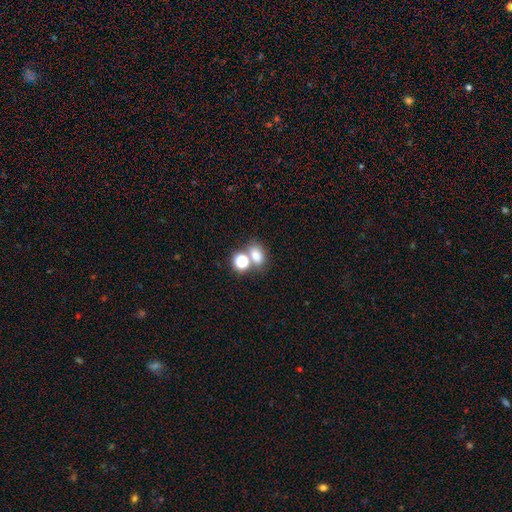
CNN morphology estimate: The model was most divided on "merging": none: 52%, merger: 34%, minor disturbance: 10%, major disturbance: 5%. More confident: smooth or featured — smooth (74%); how rounded — in between (61%).